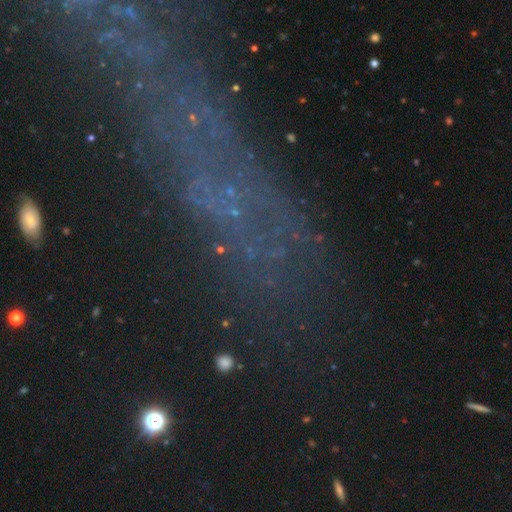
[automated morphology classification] Smooth or featured?
  - star or artifact: 46% *
  - featured or disk: 29%
  - smooth: 25%